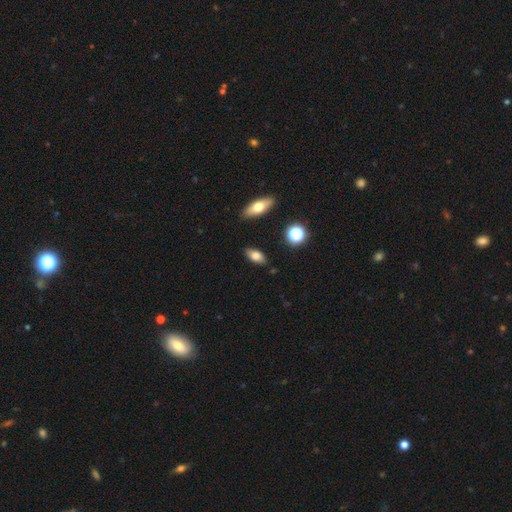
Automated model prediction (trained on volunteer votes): Smooth or featured? Predicted: smooth (p=0.75). How rounded? Predicted: in between (p=0.84). Merging? Predicted: none (p=0.85).